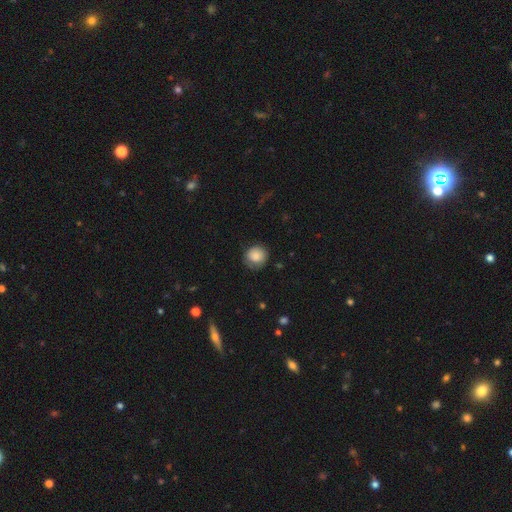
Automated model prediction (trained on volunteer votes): This appears to be a smooth galaxy with no disk features (84%) that is round (88%). Merging: none (73%).